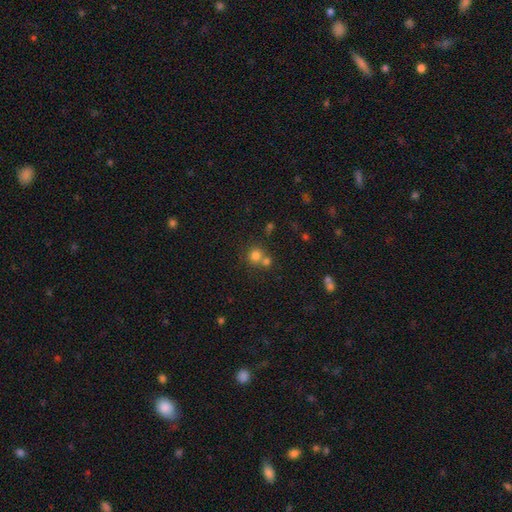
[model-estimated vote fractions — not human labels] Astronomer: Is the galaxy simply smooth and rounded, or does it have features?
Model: smooth — 76%.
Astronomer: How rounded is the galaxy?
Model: round — 88%.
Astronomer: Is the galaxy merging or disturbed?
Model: none — 50% (runner-up: merger, 40%).